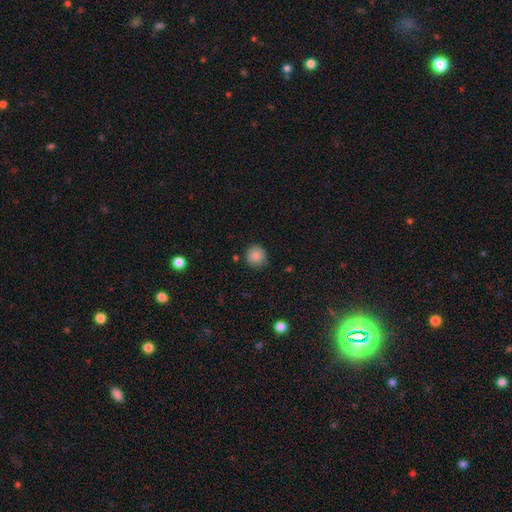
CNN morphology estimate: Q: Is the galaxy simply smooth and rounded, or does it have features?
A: smooth — 86%.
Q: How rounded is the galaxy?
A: round — 92%.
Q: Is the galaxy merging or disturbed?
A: none — 83%.